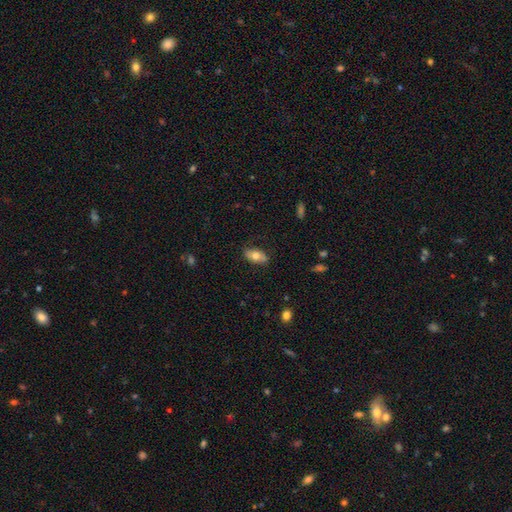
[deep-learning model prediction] Smooth or featured: smooth — 67% (featured or disk — 26%)
How rounded: in between — 90% (round — 5%)
Merging: none — 80% (minor disturbance — 16%)